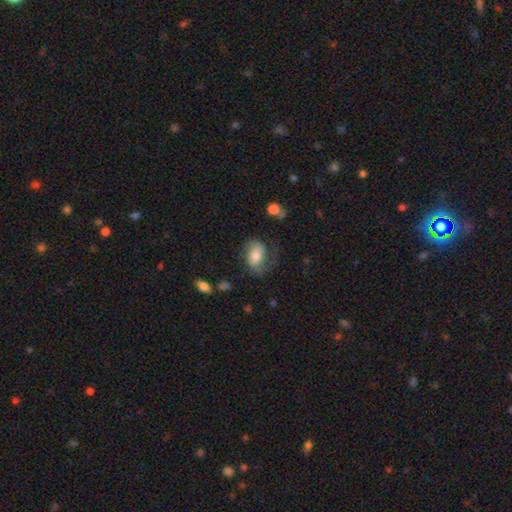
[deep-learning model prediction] A smooth galaxy with no disk features (60%) that is in between round and cigar-shaped (81%).

Vote fractions:
- Smooth or featured? smooth: 60% / featured or disk: 32% / star or artifact: 8%
- How rounded? in between: 81% / round: 18% / cigar-shaped: 1%
- Merging? none: 47% / major disturbance: 26% / minor disturbance: 24% / merger: 3%